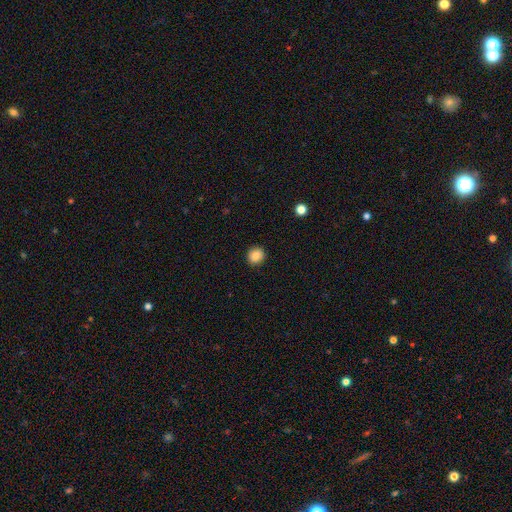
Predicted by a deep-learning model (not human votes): This appears to be a smooth galaxy with no disk features (88%) that is round (83%). Merging: none (91%).